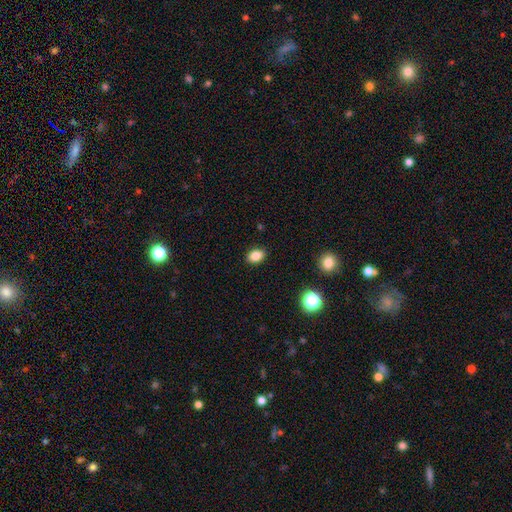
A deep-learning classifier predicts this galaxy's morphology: Smooth or featured?
  - smooth: 84% *
  - star or artifact: 11%
  - featured or disk: 5%
How rounded?
  - in between: 75% *
  - round: 24%
  - cigar-shaped: 1%
Merging?
  - none: 89% *
  - minor disturbance: 8%
  - major disturbance: 2%
  - merger: 1%